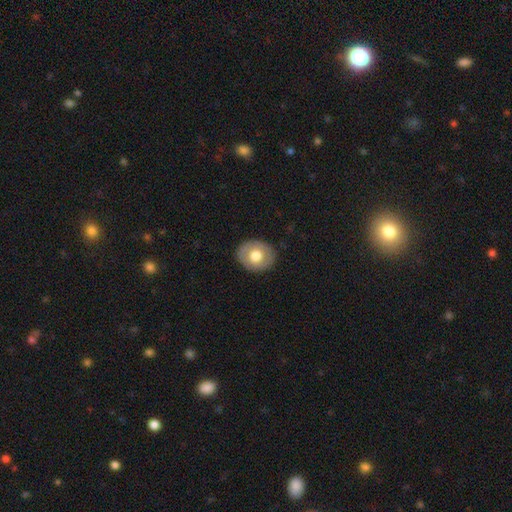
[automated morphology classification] smooth-or-featured: smooth: 67% | featured or disk: 26% | star or artifact: 7%
  how-rounded: round: 60% | in between: 39% | cigar-shaped: 1%
  merging: none: 87% | minor disturbance: 9% | major disturbance: 2% | merger: 1%